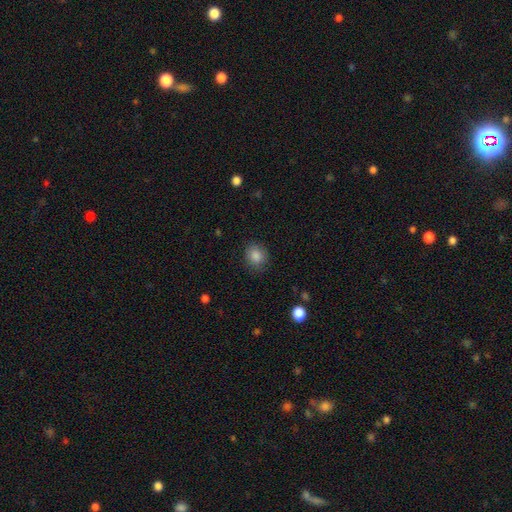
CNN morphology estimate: Smooth or featured?
  - smooth: 85% *
  - star or artifact: 9%
  - featured or disk: 5%
How rounded?
  - round: 74% *
  - in between: 25%
  - cigar-shaped: 1%
Merging?
  - none: 83% *
  - minor disturbance: 13%
  - major disturbance: 4%
  - merger: 1%